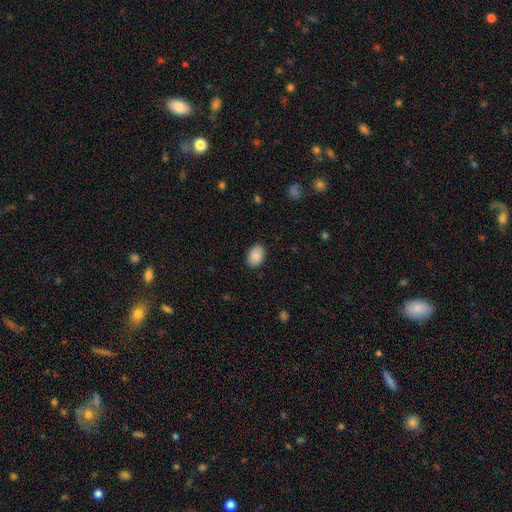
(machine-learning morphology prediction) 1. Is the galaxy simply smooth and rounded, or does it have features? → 89% smooth, 7% star or artifact, 4% featured or disk.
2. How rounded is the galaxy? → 81% in between, 18% round, 1% cigar-shaped.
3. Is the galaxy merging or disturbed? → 88% none, 9% minor disturbance, 2% major disturbance, 1% merger.